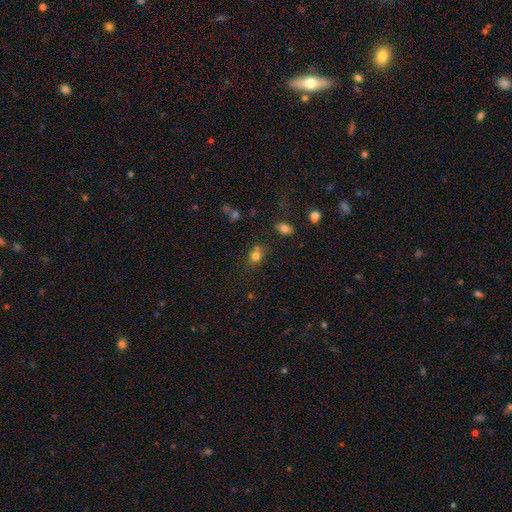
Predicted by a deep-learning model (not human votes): Morphology: type=smooth (78%); roundness=in between (67%); merging=none (69%).